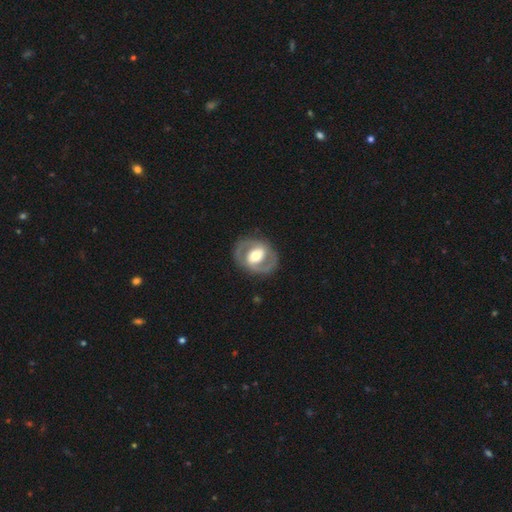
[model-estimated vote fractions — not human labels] featured or disk 75%, smooth 20%, star or artifact 5%. Down the decision tree: edge-on disk — no (96%); bar — weak (36%); spiral arms — yes (66%); bulge size — moderate (64%); merging — none (83%).